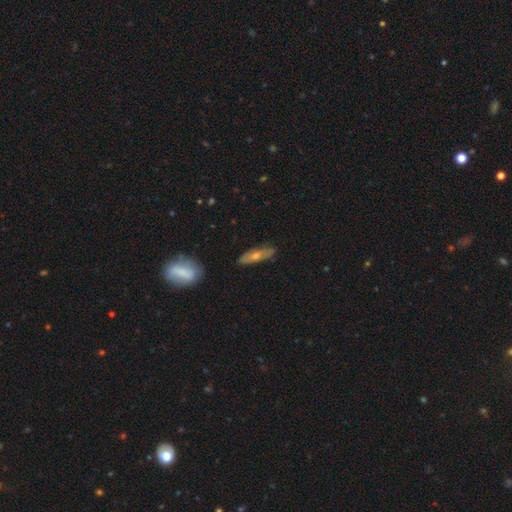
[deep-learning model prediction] Morphology: type=featured or disk (49%); merging=none (82%).